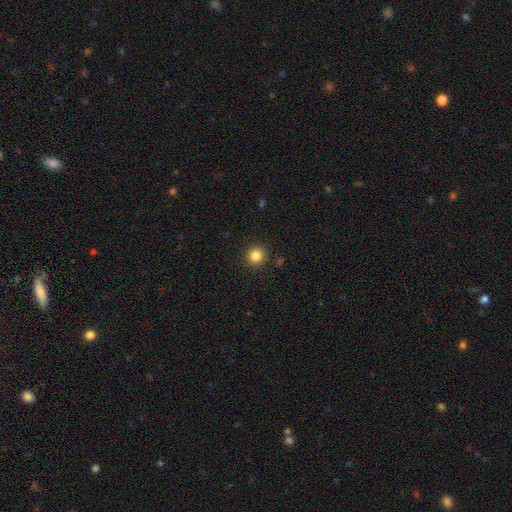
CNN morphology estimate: Smooth or featured?
  - smooth: 84% *
  - star or artifact: 11%
  - featured or disk: 4%
How rounded?
  - round: 92% *
  - in between: 8%
  - cigar-shaped: 1%
Merging?
  - none: 91% *
  - minor disturbance: 6%
  - major disturbance: 2%
  - merger: 1%